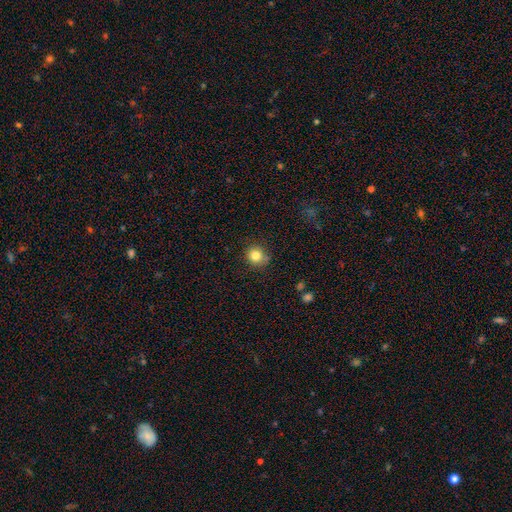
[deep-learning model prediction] A smooth galaxy with no disk features (82%) that is round (89%).

Vote fractions:
- Smooth or featured? smooth: 82% / star or artifact: 11% / featured or disk: 6%
- How rounded? round: 89% / in between: 10% / cigar-shaped: 1%
- Merging? none: 83% / minor disturbance: 12% / major disturbance: 3% / merger: 2%